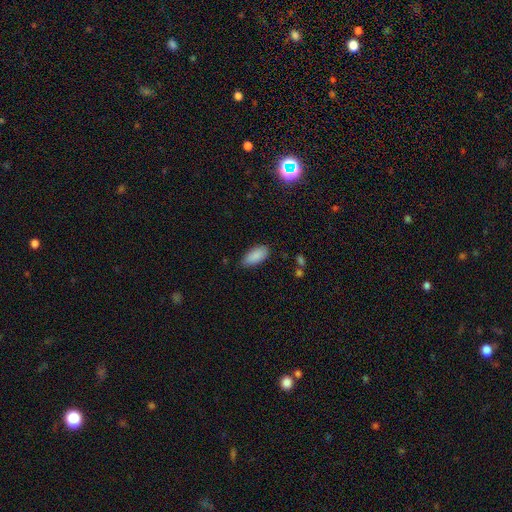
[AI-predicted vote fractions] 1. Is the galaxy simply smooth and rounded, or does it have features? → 89% smooth, 6% star or artifact, 5% featured or disk.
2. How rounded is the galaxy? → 91% in between, 8% cigar-shaped, 2% round.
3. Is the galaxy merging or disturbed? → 82% none, 14% minor disturbance, 3% major disturbance, 1% merger.